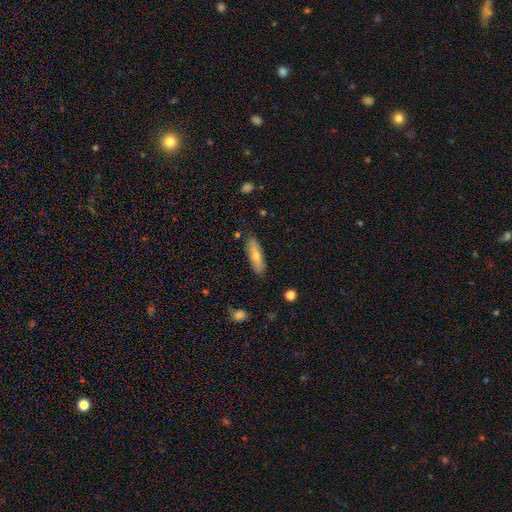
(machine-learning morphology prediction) Overall: smooth (60%; featured or disk 33%). How rounded: cigar-shaped (58%; in between 39%). Merging: none (87%).